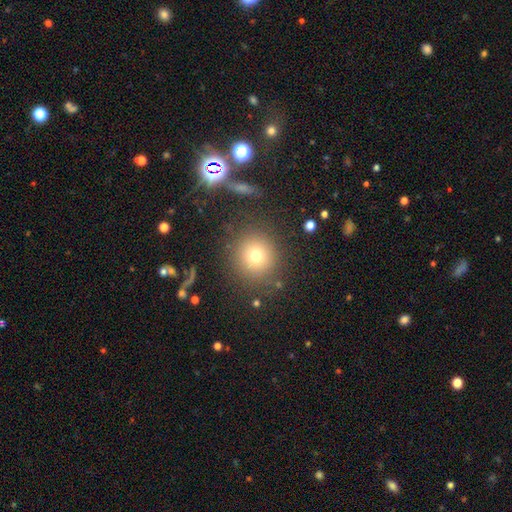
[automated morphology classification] smooth_or_featured: smooth (p=0.72) [alt: star or artifact p=0.17]
how_rounded: round (p=0.92) [alt: in between p=0.07]
merging: none (p=0.86) [alt: minor disturbance p=0.08]